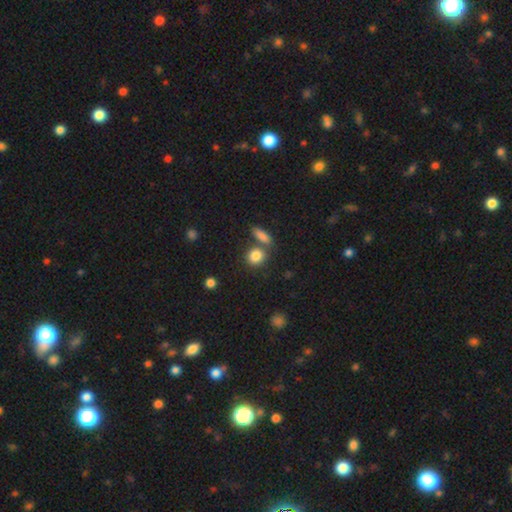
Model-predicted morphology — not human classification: Smooth or featured? smooth (85%)
How rounded? round (66%)
Merging? none (60%)